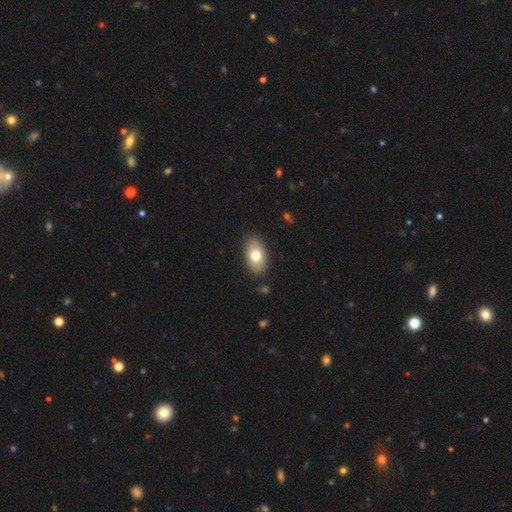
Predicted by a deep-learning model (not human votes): This appears to be a smooth galaxy with no disk features (73%) that is in between round and cigar-shaped (92%). Merging: none (87%).